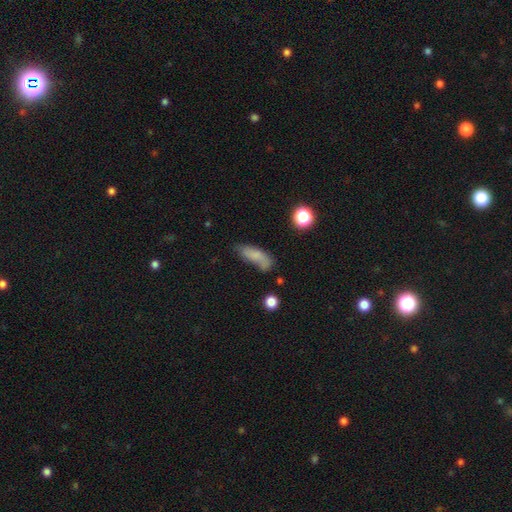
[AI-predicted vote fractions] This is likely a smooth galaxy (72%). How rounded: likely in between (64%). Merging: possibly none (48%).